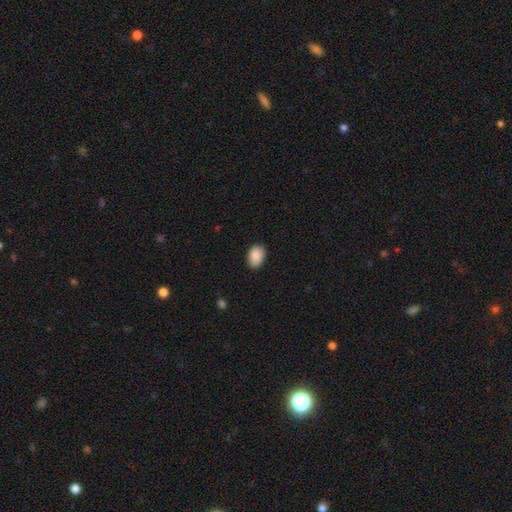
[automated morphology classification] Smooth or featured? Predicted: smooth (p=0.89). How rounded? Predicted: in between (p=0.83). Merging? Predicted: none (p=0.86).